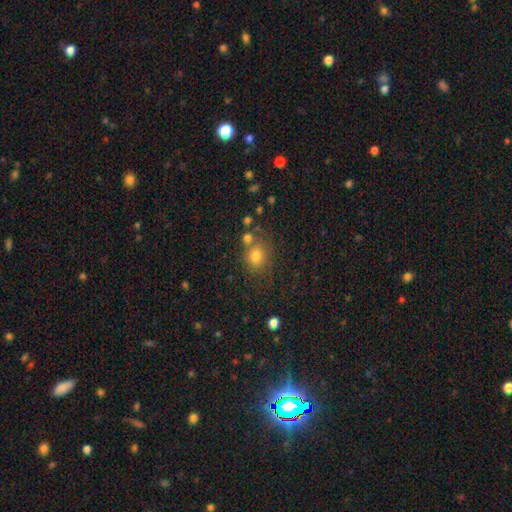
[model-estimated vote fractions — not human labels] A smooth galaxy with no disk features (76%) that is round (71%). Merging: none (68%).